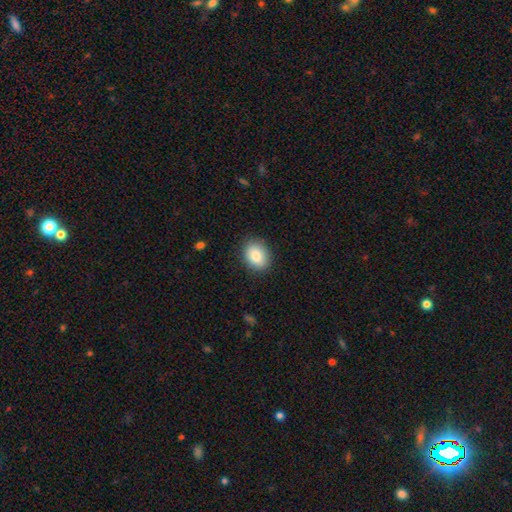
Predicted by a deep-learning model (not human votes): smooth_or_featured: smooth (p=0.86) [alt: star or artifact p=0.08]
how_rounded: in between (p=0.66) [alt: round p=0.33]
merging: none (p=0.88) [alt: minor disturbance p=0.09]